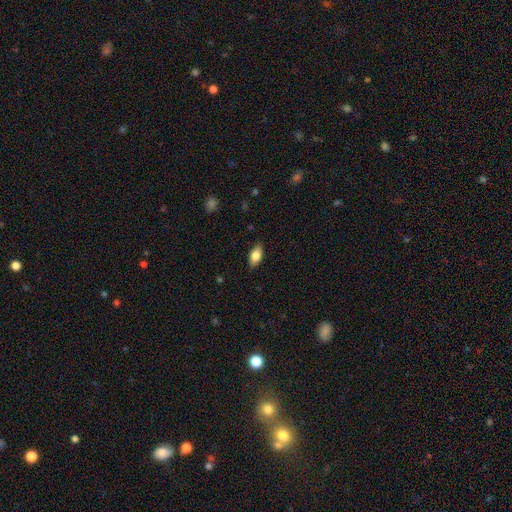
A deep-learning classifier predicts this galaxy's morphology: Q: Smooth or featured?
A: smooth (79%); runner-up: featured or disk (14%)
Q: How rounded?
A: in between (88%); runner-up: cigar-shaped (7%)
Q: Merging?
A: none (86%); runner-up: minor disturbance (11%)